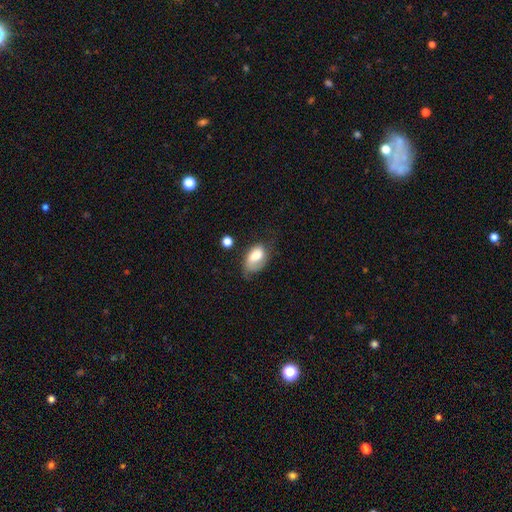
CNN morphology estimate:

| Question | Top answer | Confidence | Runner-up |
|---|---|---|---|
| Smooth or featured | smooth | 64% | featured or disk (28%) |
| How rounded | in between | 89% | round (9%) |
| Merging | none | 38% | minor disturbance (33%) |